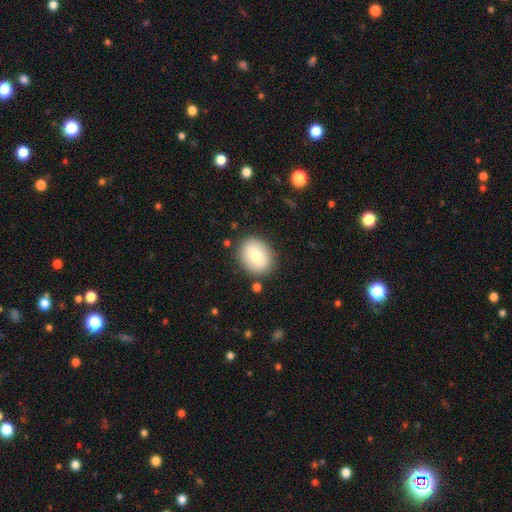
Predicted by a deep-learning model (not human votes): The model was most divided on "how rounded": in between: 53%, round: 46%, cigar-shaped: 1%. More confident: merging — none (84%); smooth or featured — smooth (63%).